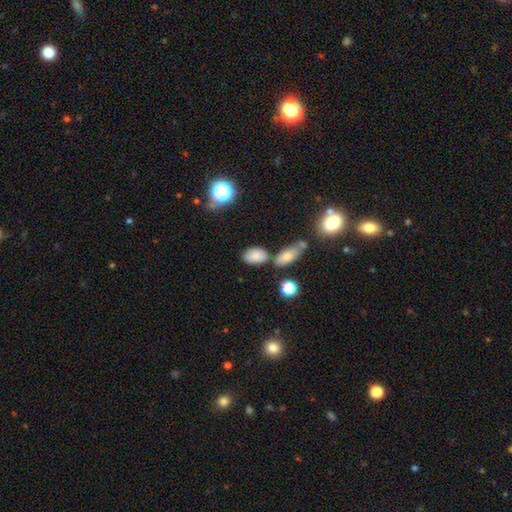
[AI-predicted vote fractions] Overall: smooth (82%). How rounded: in between (89%). Merging: none (67%).